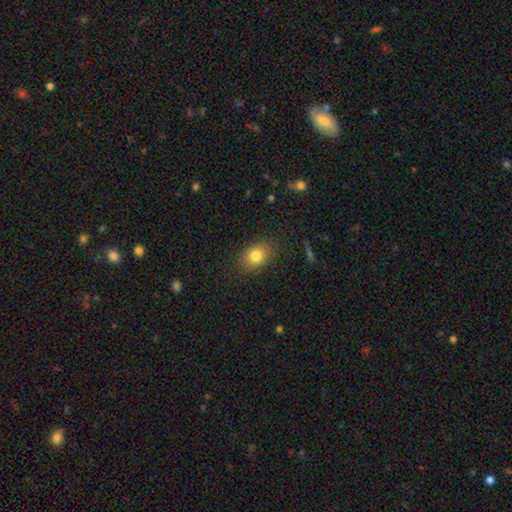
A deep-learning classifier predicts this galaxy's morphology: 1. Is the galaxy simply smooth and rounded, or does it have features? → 82% smooth, 10% star or artifact, 8% featured or disk.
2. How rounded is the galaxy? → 67% in between, 31% round, 1% cigar-shaped.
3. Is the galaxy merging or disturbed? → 84% none, 12% minor disturbance, 3% major disturbance, 1% merger.